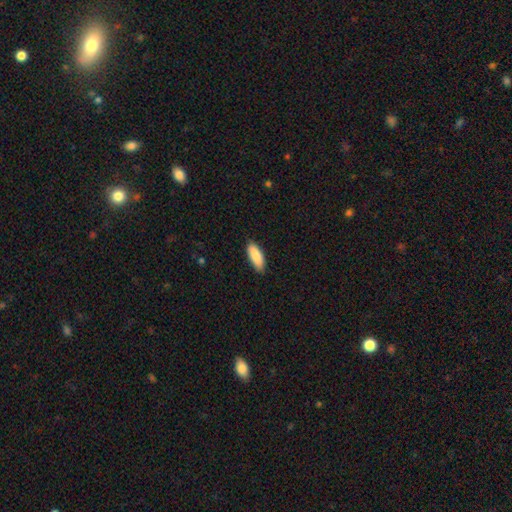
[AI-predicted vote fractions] smooth-or-featured: smooth: 88% | featured or disk: 6% | star or artifact: 6%
  how-rounded: in between: 71% | cigar-shaped: 27% | round: 2%
  merging: none: 86% | minor disturbance: 11% | major disturbance: 2% | merger: 1%